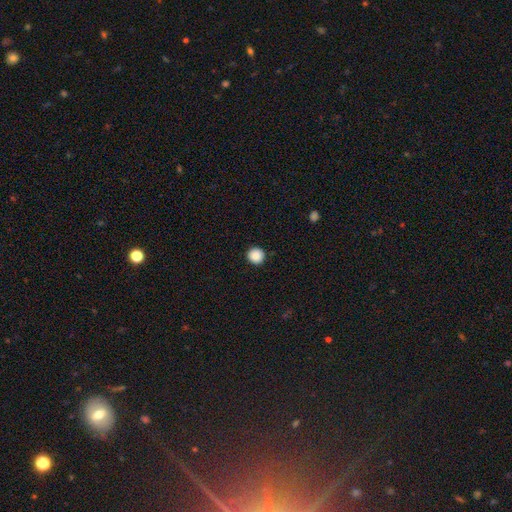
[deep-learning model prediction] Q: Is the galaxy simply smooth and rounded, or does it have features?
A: smooth — 88%.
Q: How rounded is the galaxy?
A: round — 95%.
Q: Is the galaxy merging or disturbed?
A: none — 93%.